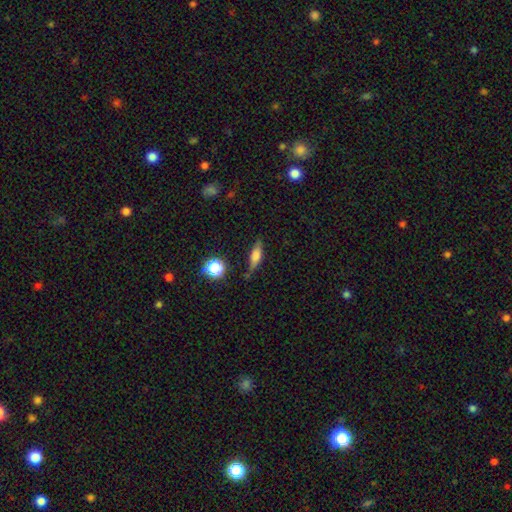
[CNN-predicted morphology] smooth_or_featured: smooth (p=0.53) [alt: featured or disk p=0.35]
how_rounded: cigar-shaped (p=0.52) [alt: in between p=0.41]
merging: none (p=0.72) [alt: minor disturbance p=0.19]